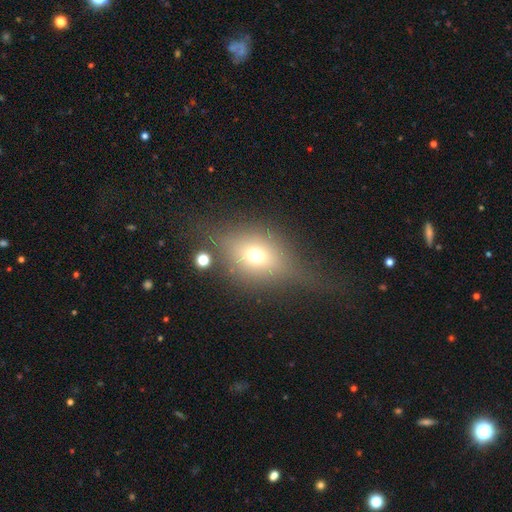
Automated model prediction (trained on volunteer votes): A smooth galaxy with no disk features (58%) that is in between round and cigar-shaped (57%). Merging: none (57%).